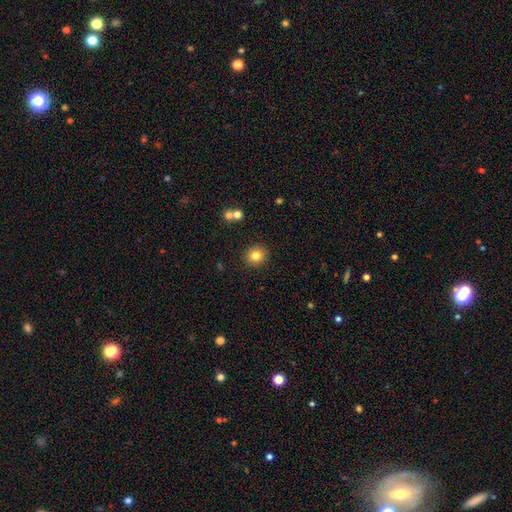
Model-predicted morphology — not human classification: smooth 81%, star or artifact 11%, featured or disk 8%. Down the decision tree: how rounded — round (88%); merging — none (90%).